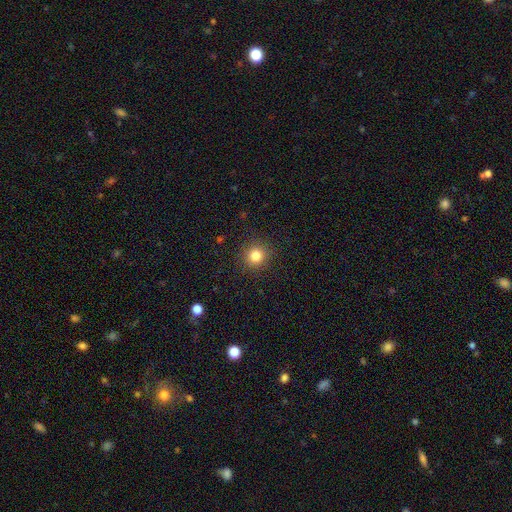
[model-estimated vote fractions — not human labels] Overall: smooth (82%). How rounded: round (93%). Merging: none (91%).